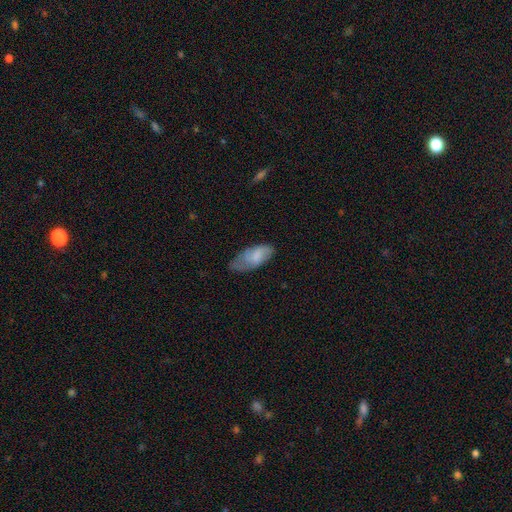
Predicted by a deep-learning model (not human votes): A smooth galaxy with no disk features (69%) that is in between round and cigar-shaped (89%).

Vote fractions:
- Smooth or featured? smooth: 69% / featured or disk: 24% / star or artifact: 6%
- How rounded? in between: 89% / cigar-shaped: 9% / round: 2%
- Merging? none: 42% / minor disturbance: 40% / major disturbance: 16% / merger: 2%